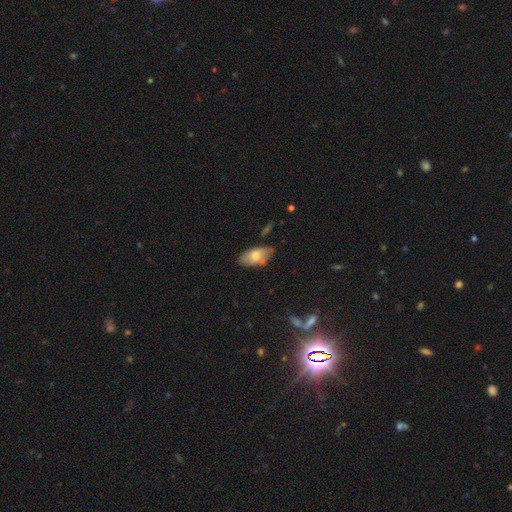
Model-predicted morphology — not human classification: This appears to be a smooth galaxy with no disk features (68%) that is in between round and cigar-shaped (93%). Merging: none (64%).